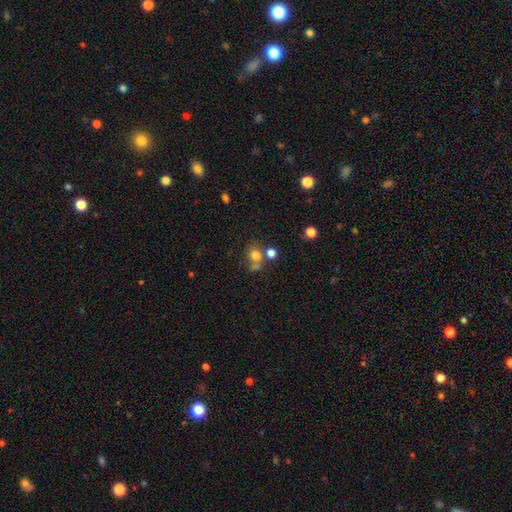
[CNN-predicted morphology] smooth 74%, star or artifact 15%, featured or disk 11%. Down the decision tree: how rounded — round (73%); merging — none (53%).